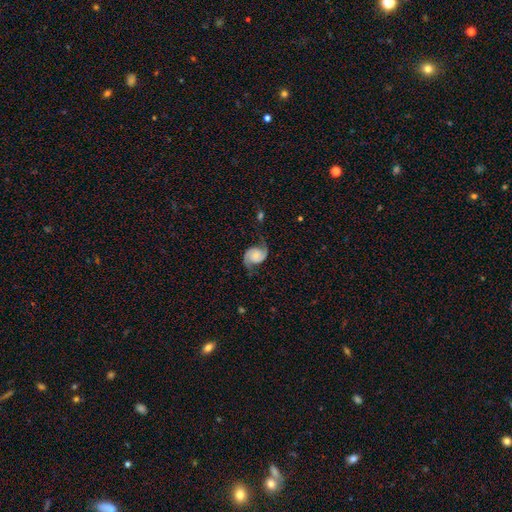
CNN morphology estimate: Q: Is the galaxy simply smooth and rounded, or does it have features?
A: featured or disk — 88%.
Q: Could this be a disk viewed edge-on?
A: no — 98%.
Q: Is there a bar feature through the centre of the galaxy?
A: no — 70%.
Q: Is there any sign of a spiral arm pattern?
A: yes — 98%.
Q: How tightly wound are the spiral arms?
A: medium — 48%.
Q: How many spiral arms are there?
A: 2 — 94%.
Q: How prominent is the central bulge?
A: small — 48%.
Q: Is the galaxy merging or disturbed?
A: none — 74%.